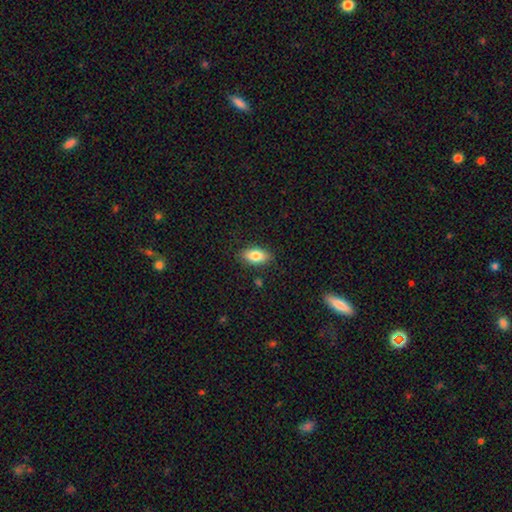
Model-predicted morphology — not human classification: Smooth or featured?
  - smooth: 82% *
  - featured or disk: 10%
  - star or artifact: 7%
How rounded?
  - in between: 90% *
  - cigar-shaped: 5%
  - round: 4%
Merging?
  - none: 86% *
  - minor disturbance: 11%
  - major disturbance: 2%
  - merger: 1%